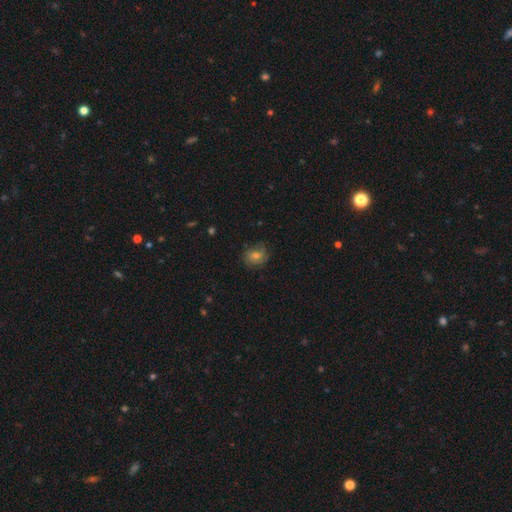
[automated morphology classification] smooth 48%, featured or disk 36%, star or artifact 16%. Down the decision tree: merging — none (73%).